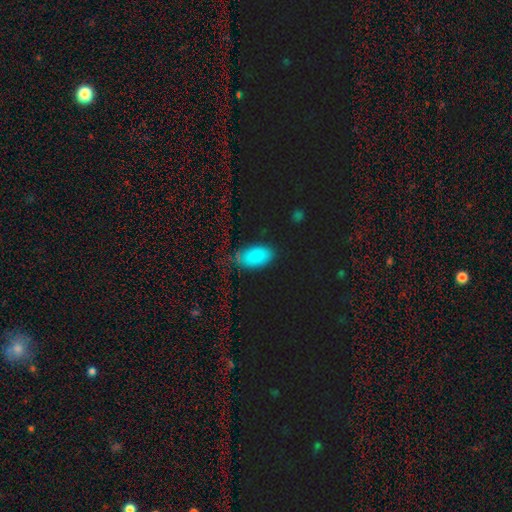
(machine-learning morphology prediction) Smooth or featured?
  - smooth: 80% *
  - star or artifact: 15%
  - featured or disk: 5%
How rounded?
  - in between: 93% *
  - round: 5%
  - cigar-shaped: 2%
Merging?
  - none: 75% *
  - minor disturbance: 17%
  - major disturbance: 6%
  - merger: 2%